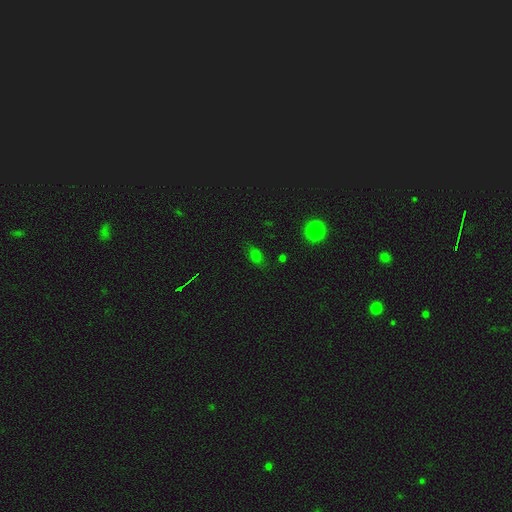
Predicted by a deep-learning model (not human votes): Smooth or featured?
  - smooth: 65% *
  - star or artifact: 24%
  - featured or disk: 11%
How rounded?
  - in between: 76% *
  - round: 20%
  - cigar-shaped: 5%
Merging?
  - none: 77% *
  - minor disturbance: 17%
  - major disturbance: 4%
  - merger: 2%